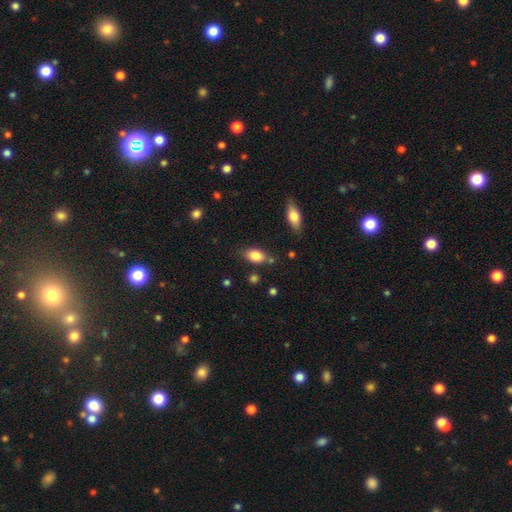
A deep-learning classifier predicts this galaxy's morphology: smooth-or-featured: smooth: 84% | star or artifact: 8% | featured or disk: 8%
  how-rounded: in between: 86% | round: 10% | cigar-shaped: 4%
  merging: none: 71% | minor disturbance: 19% | merger: 6% | major disturbance: 5%